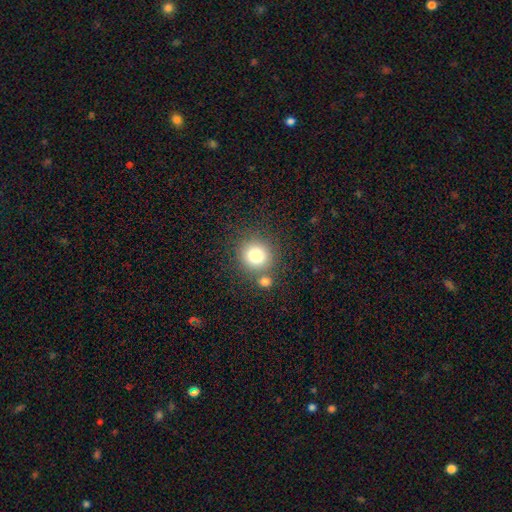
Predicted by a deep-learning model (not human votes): Smooth or featured? Predicted: smooth (p=0.78). How rounded? Predicted: round (p=0.90). Merging? Predicted: none (p=0.73).